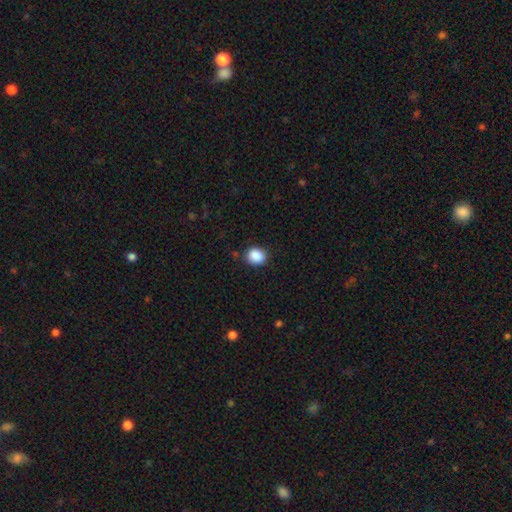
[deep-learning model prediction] A smooth galaxy with no disk features (89%) that is round (63%).

Vote fractions:
- Smooth or featured? smooth: 89% / star or artifact: 9% / featured or disk: 3%
- How rounded? round: 63% / in between: 36% / cigar-shaped: 1%
- Merging? none: 87% / minor disturbance: 10% / major disturbance: 2% / merger: 1%